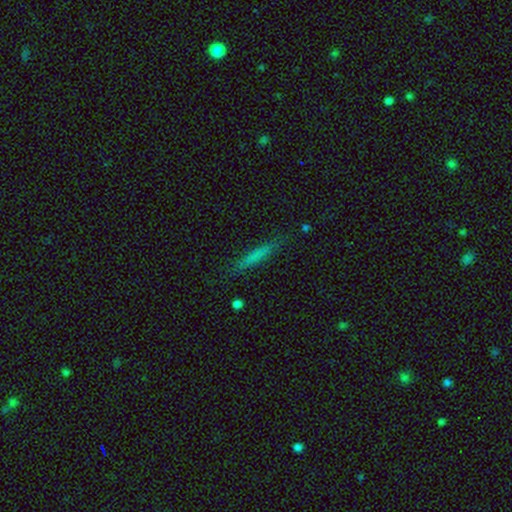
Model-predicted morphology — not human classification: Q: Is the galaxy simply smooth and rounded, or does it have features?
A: smooth — 68%.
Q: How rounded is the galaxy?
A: cigar-shaped — 93%.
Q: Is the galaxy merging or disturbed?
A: none — 84%.